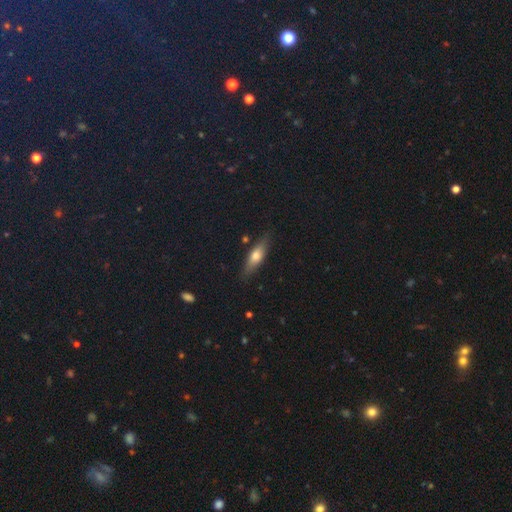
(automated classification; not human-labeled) The model was most divided on "how rounded": cigar-shaped: 54%, in between: 43%, round: 3%. More confident: merging — none (82%); smooth or featured — smooth (58%).